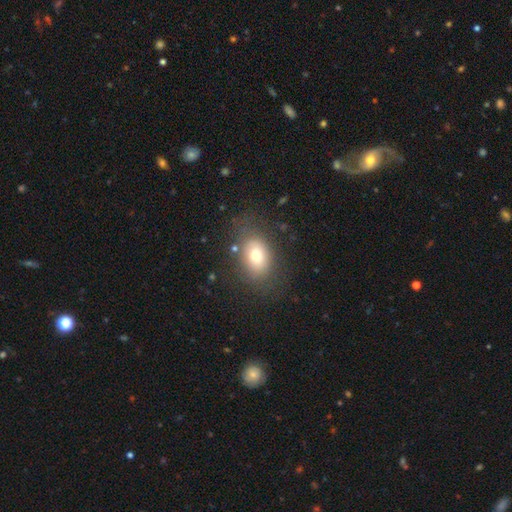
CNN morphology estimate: A smooth galaxy with no disk features (71%) that is in between round and cigar-shaped (72%). Merging: none (71%).